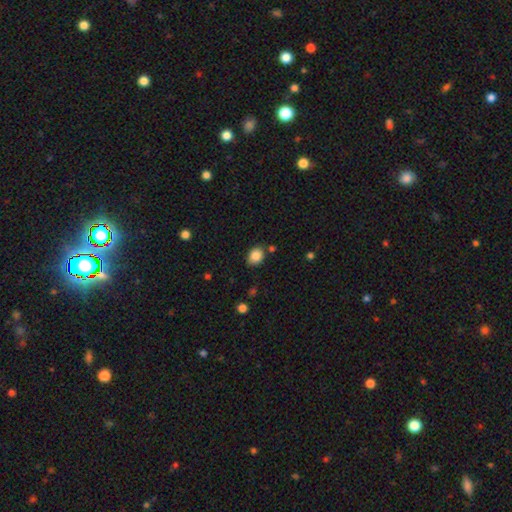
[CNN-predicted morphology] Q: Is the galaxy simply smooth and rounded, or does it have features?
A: smooth — 86%.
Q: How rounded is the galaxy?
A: in between — 52%.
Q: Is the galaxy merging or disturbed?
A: none — 80%.